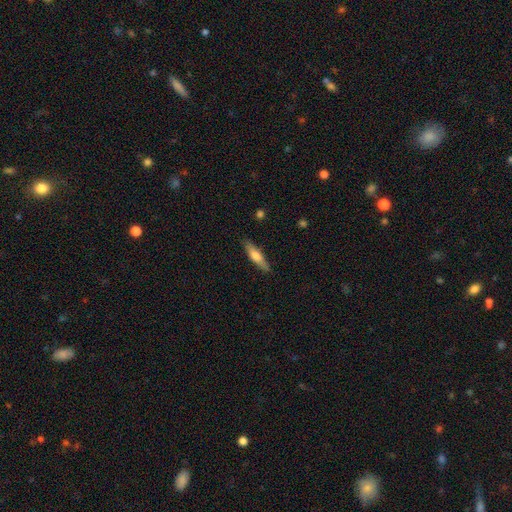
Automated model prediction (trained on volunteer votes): Q: Smooth or featured?
A: smooth (56%); runner-up: featured or disk (38%)
Q: How rounded?
A: cigar-shaped (78%); runner-up: in between (21%)
Q: Merging?
A: none (87%); runner-up: minor disturbance (10%)